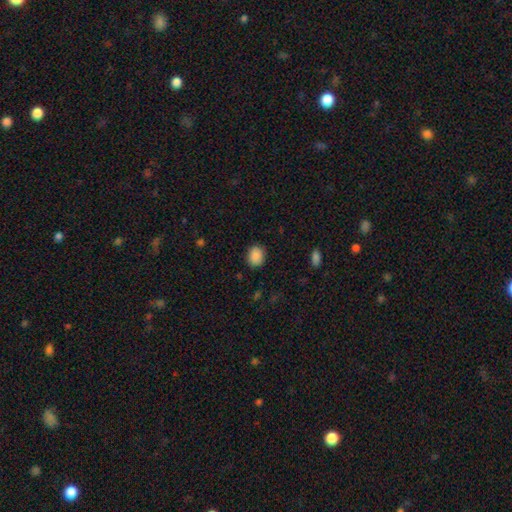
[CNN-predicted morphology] A smooth galaxy with no disk features (88%) that is round (52%).

Vote fractions:
- Smooth or featured? smooth: 88% / star or artifact: 8% / featured or disk: 4%
- How rounded? round: 52% / in between: 47% / cigar-shaped: 1%
- Merging? none: 86% / minor disturbance: 11% / major disturbance: 3% / merger: 1%